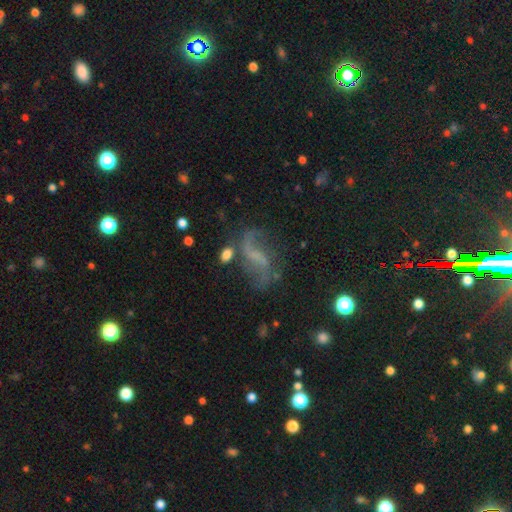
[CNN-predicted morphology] A featured or disk galaxy (73%) with a weak bar (42%), 2 (86%) loose (81%) spiral arms (86%) and no central bulge (60%).

Vote fractions:
- Smooth or featured? featured or disk: 73% / smooth: 14% / star or artifact: 13%
- Edge-on disk? no: 96% / yes: 4%
- Bar? weak: 42% / no: 32% / strong: 26%
- Spiral arms? yes: 86% / no: 14%
- Spiral winding? loose: 81% / medium: 15% / tight: 4%
- Spiral arm count? 2: 86% / 1: 6% / can't tell: 5% / 3: 1% / 4: 1% / more than 4: 1%
- Bulge size? none: 60% / small: 26% / moderate: 10% / large: 3% / dominant: 1%
- Merging? none: 55% / minor disturbance: 19% / major disturbance: 19% / merger: 7%